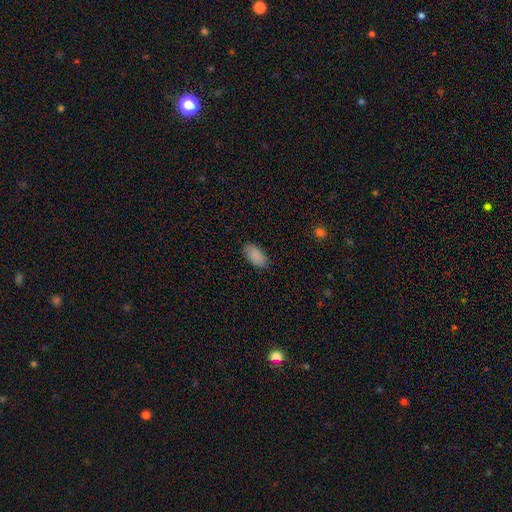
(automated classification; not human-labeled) Morphology: type=smooth (88%); roundness=in between (95%); merging=none (84%).